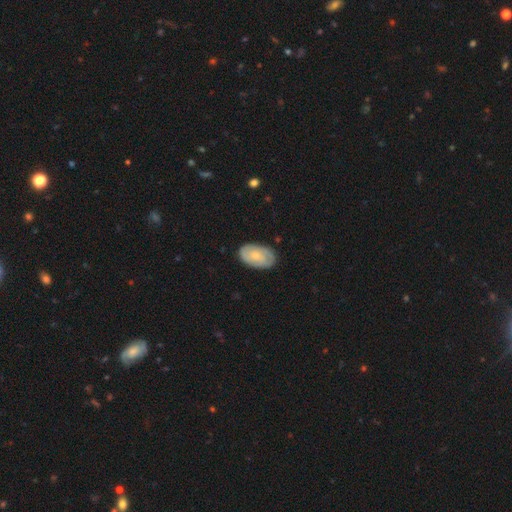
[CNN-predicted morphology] Smooth or featured? featured or disk (48%)
Merging? none (79%)